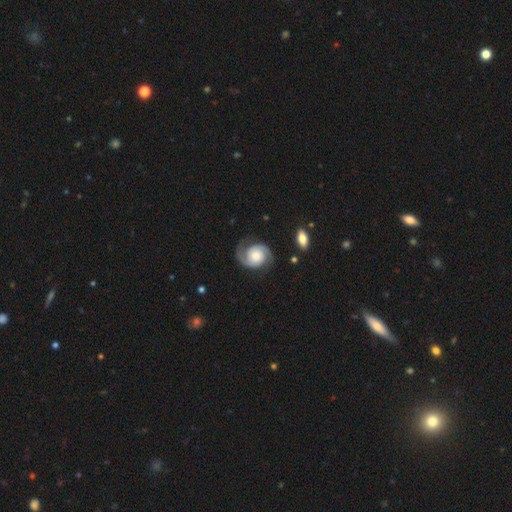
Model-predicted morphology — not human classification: Smooth or featured? featured or disk (85%)
Edge-on disk? no (98%)
Bar? no (72%)
Spiral arms? yes (97%)
Spiral winding? medium (47%)
Spiral arm count? 2 (92%)
Bulge size? moderate (43%)
Merging? none (75%)